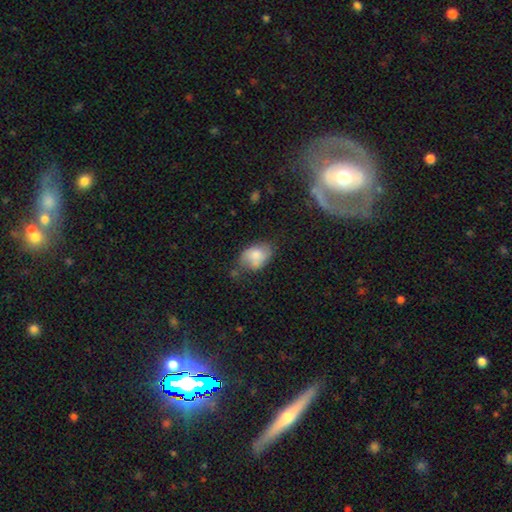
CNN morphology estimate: A smooth galaxy with no disk features (68%) that is in between round and cigar-shaped (85%).

Vote fractions:
- Smooth or featured? smooth: 68% / featured or disk: 24% / star or artifact: 8%
- How rounded? in between: 85% / round: 13% / cigar-shaped: 1%
- Merging? none: 48% / minor disturbance: 33% / major disturbance: 12% / merger: 7%